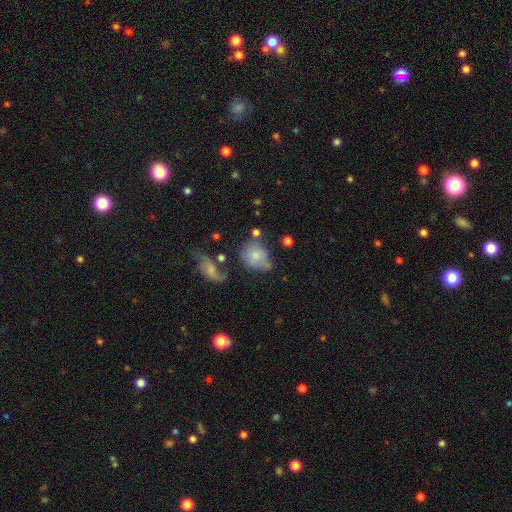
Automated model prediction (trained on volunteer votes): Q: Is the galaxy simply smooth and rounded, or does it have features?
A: smooth — 70%.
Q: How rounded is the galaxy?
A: round — 50%.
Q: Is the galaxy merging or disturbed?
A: none — 41%.